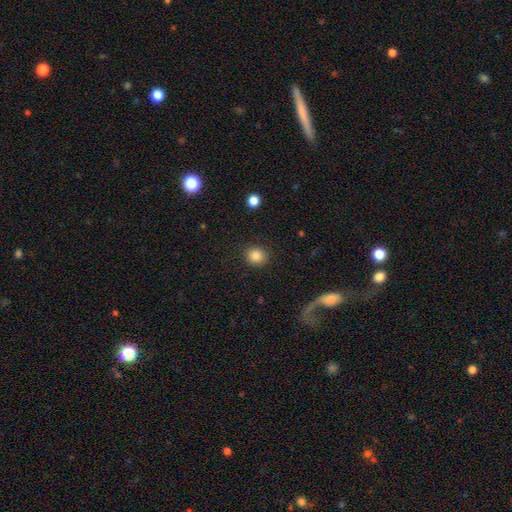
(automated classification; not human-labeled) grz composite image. It shows a smooth galaxy with no disk features (85%) that is round (86%). Merging: none (90%).